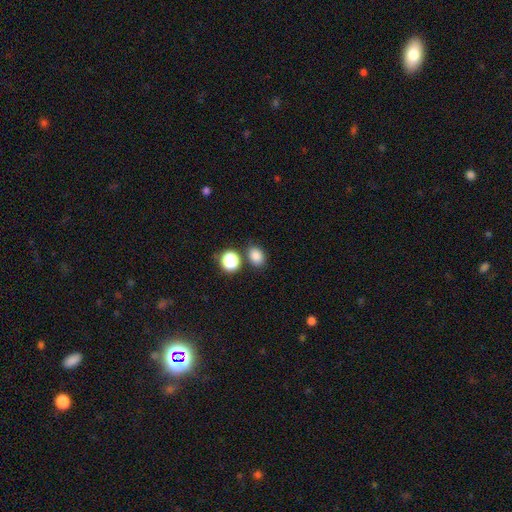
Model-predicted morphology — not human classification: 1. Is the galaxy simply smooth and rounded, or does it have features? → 82% smooth, 14% star or artifact, 5% featured or disk.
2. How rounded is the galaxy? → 57% in between, 42% round, 1% cigar-shaped.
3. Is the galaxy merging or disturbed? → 77% none, 10% minor disturbance, 9% merger, 3% major disturbance.